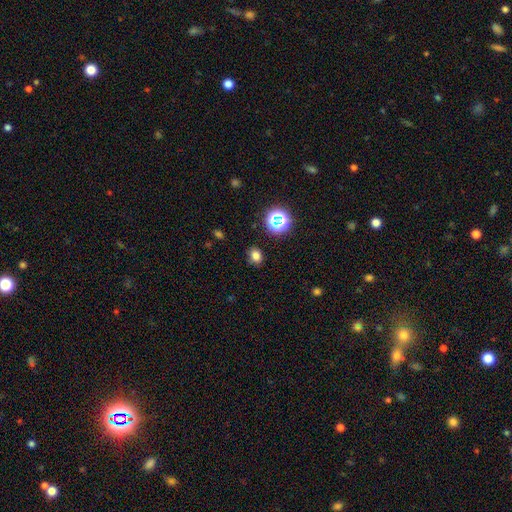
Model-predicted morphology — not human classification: This is likely a smooth galaxy (75%). How rounded: possibly round (54%). Merging: clearly none (83%).